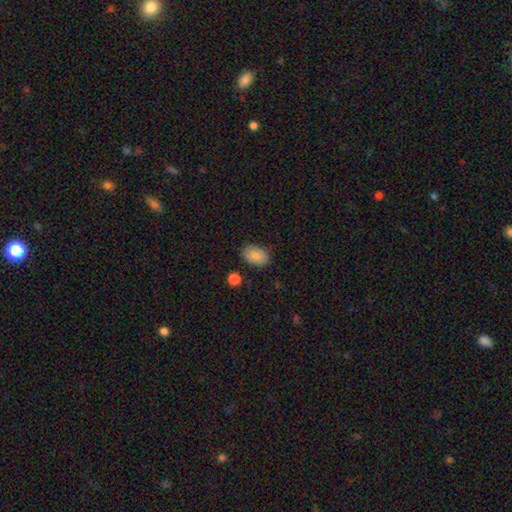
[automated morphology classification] Smooth or featured? smooth (87%)
How rounded? in between (88%)
Merging? none (83%)